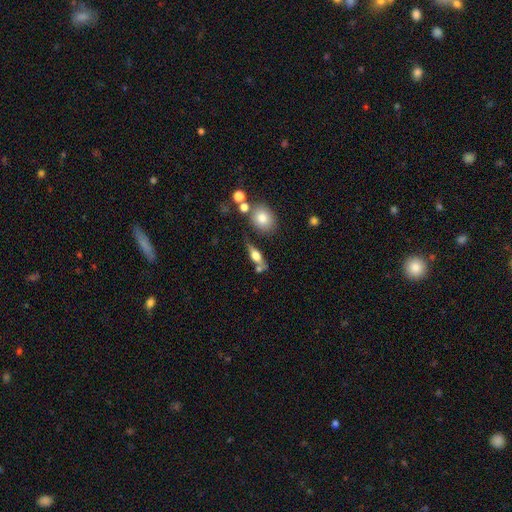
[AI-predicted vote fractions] This appears to be a smooth galaxy with no disk features (51%) that is in between round and cigar-shaped (56%). Merging: none (56%).